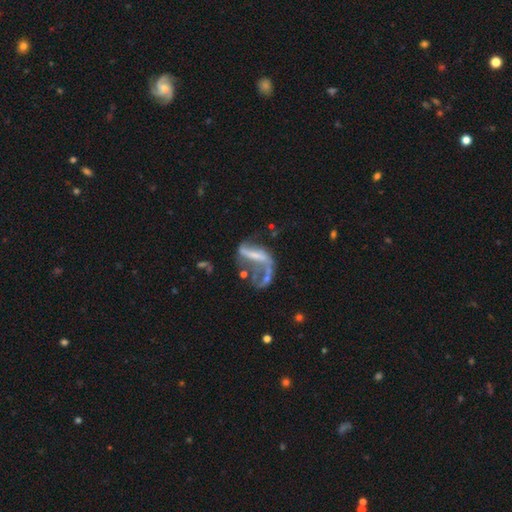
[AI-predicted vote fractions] This appears to be a featured or disk galaxy (70%) with a strong bar (40%), spiral arms (55%) and no central bulge (48%). Merging: major disturbance (44%).